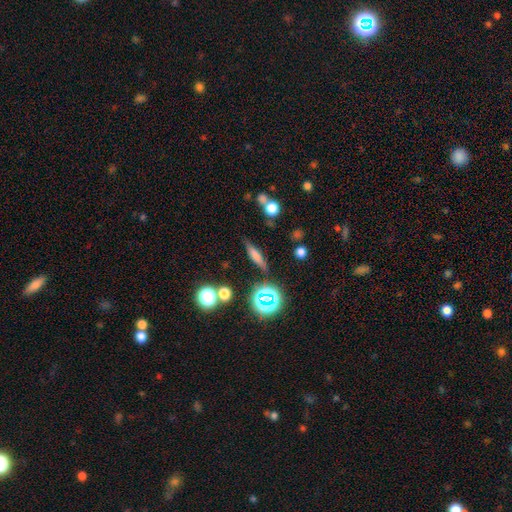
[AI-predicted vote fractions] Smooth or featured?
  - smooth: 57% *
  - featured or disk: 27%
  - star or artifact: 16%
How rounded?
  - cigar-shaped: 73% *
  - in between: 20%
  - round: 7%
Merging?
  - none: 80% *
  - minor disturbance: 12%
  - merger: 5%
  - major disturbance: 4%